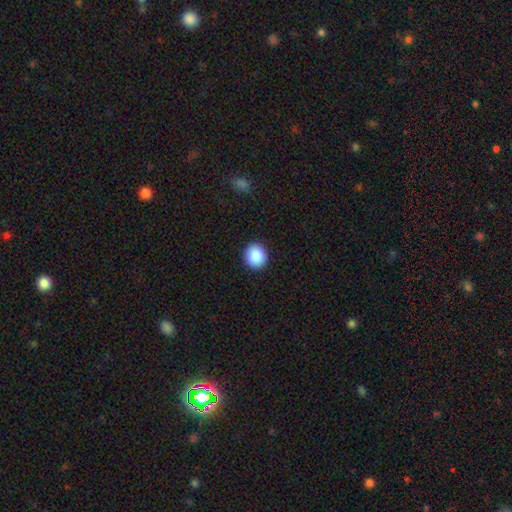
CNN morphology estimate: type=smooth (88%); roundness=round (87%); merging=none (92%).